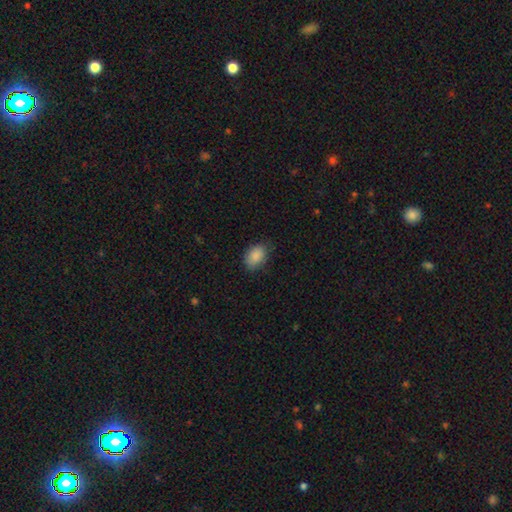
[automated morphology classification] A smooth galaxy with no disk features (88%) that is in between round and cigar-shaped (81%).

Vote fractions:
- Smooth or featured? smooth: 88% / star or artifact: 7% / featured or disk: 4%
- How rounded? in between: 81% / round: 18% / cigar-shaped: 1%
- Merging? none: 77% / minor disturbance: 18% / major disturbance: 4% / merger: 1%